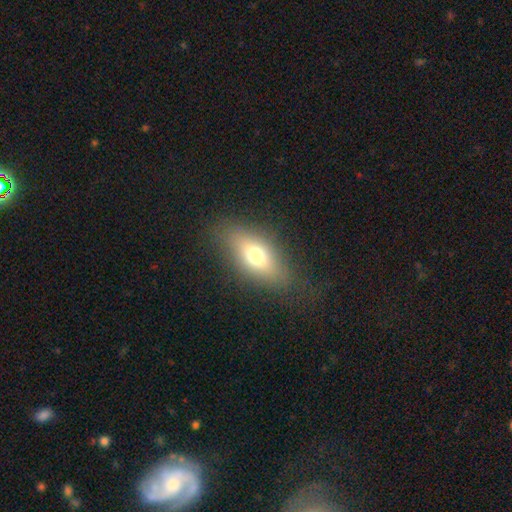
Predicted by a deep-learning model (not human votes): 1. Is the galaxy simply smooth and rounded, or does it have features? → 66% smooth, 23% featured or disk, 11% star or artifact.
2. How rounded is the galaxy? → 79% in between, 12% cigar-shaped, 9% round.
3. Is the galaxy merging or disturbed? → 81% none, 12% minor disturbance, 6% major disturbance, 1% merger.